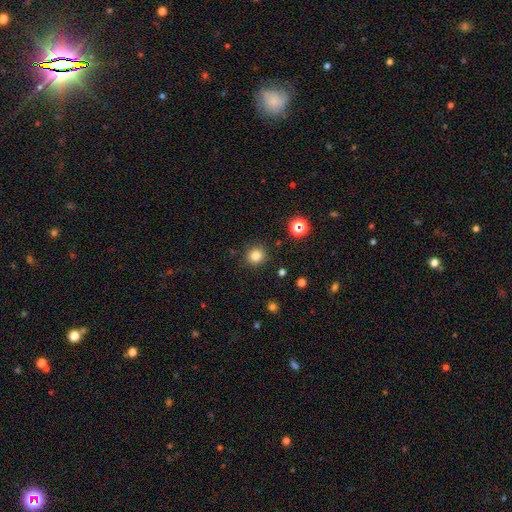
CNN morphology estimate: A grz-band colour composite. It shows a smooth galaxy with no disk features (81%) that is round (90%). Merging: none (89%).